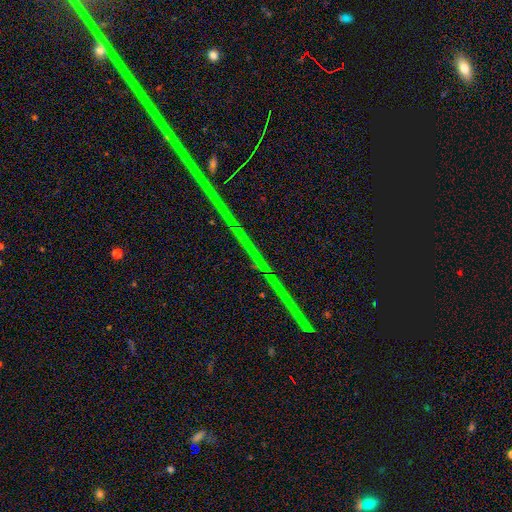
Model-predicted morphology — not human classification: smooth-or-featured: star or artifact: 88% | featured or disk: 7% | smooth: 5%